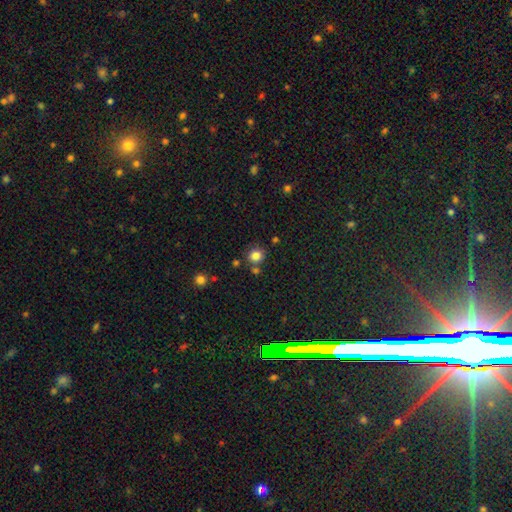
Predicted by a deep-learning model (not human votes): Smooth or featured?
  - smooth: 83% *
  - star or artifact: 12%
  - featured or disk: 5%
How rounded?
  - round: 82% *
  - in between: 17%
  - cigar-shaped: 1%
Merging?
  - none: 74% *
  - merger: 12%
  - minor disturbance: 11%
  - major disturbance: 3%